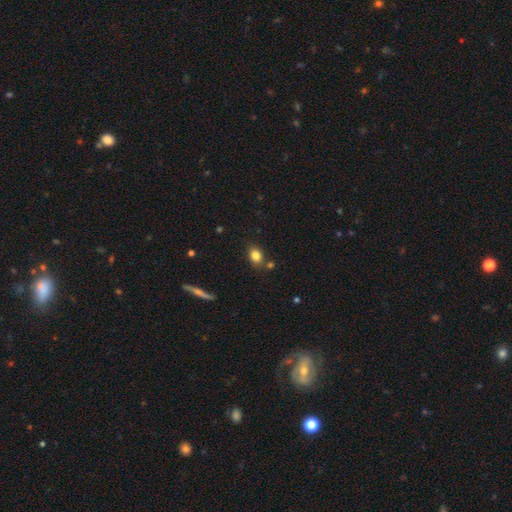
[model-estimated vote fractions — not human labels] Smooth or featured? smooth (82%)
How rounded? in between (61%)
Merging? none (77%)